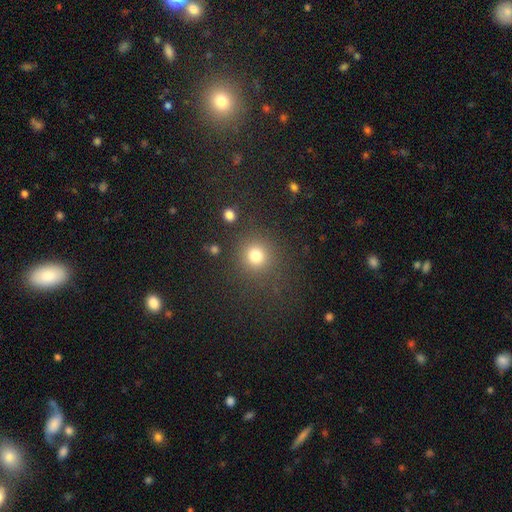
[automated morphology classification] smooth-or-featured: smooth: 79% | star or artifact: 15% | featured or disk: 6%
  how-rounded: round: 90% | in between: 9% | cigar-shaped: 1%
  merging: none: 83% | minor disturbance: 8% | major disturbance: 5% | merger: 4%